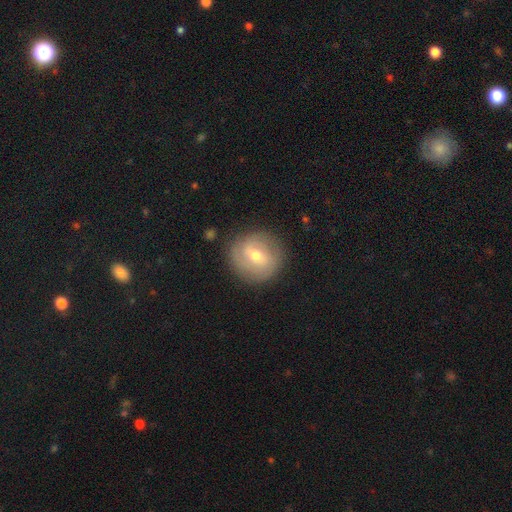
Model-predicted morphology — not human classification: featured or disk 58%, smooth 34%, star or artifact 7%. Down the decision tree: edge-on disk — no (96%); bar — weak (53%); spiral arms — yes (66%); bulge size — moderate (66%); merging — none (83%).